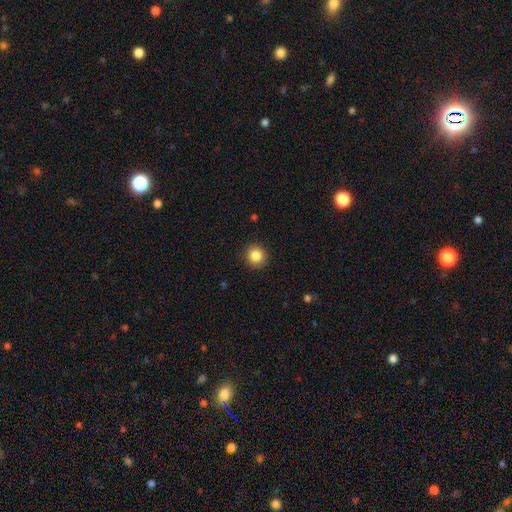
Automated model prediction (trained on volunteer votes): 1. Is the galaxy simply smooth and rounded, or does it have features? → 85% smooth, 10% star or artifact, 5% featured or disk.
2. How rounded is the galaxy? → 93% round, 6% in between, 1% cigar-shaped.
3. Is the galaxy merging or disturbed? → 92% none, 5% minor disturbance, 2% major disturbance, 1% merger.